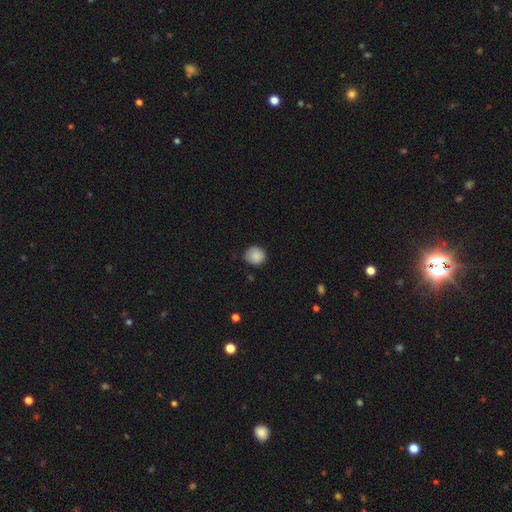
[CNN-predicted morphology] Smooth or featured?
  - smooth: 87% *
  - star or artifact: 8%
  - featured or disk: 5%
How rounded?
  - round: 89% *
  - in between: 10%
  - cigar-shaped: 1%
Merging?
  - none: 81% *
  - minor disturbance: 15%
  - major disturbance: 2%
  - merger: 1%